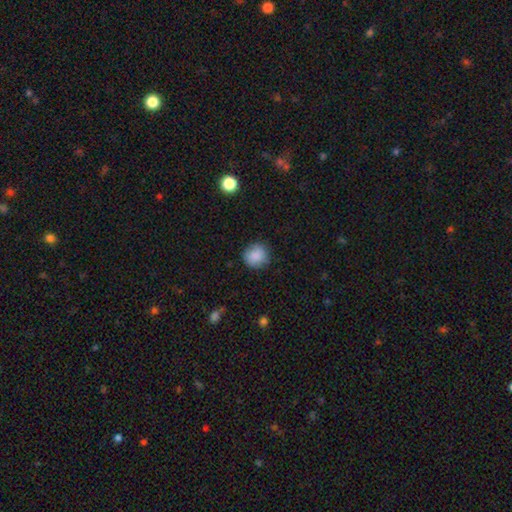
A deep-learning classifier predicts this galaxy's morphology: smooth-or-featured: smooth: 87% | star or artifact: 8% | featured or disk: 5%
  how-rounded: round: 90% | in between: 9% | cigar-shaped: 1%
  merging: none: 83% | minor disturbance: 12% | major disturbance: 3% | merger: 1%